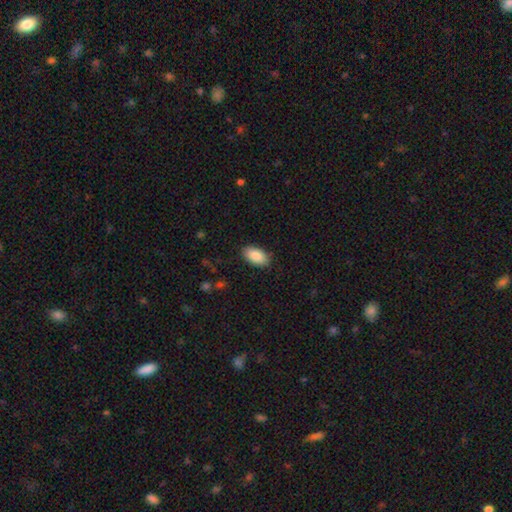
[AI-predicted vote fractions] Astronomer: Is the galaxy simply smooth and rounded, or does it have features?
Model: smooth — 88%.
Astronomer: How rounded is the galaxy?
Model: in between — 95%.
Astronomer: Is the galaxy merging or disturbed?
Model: none — 88%.